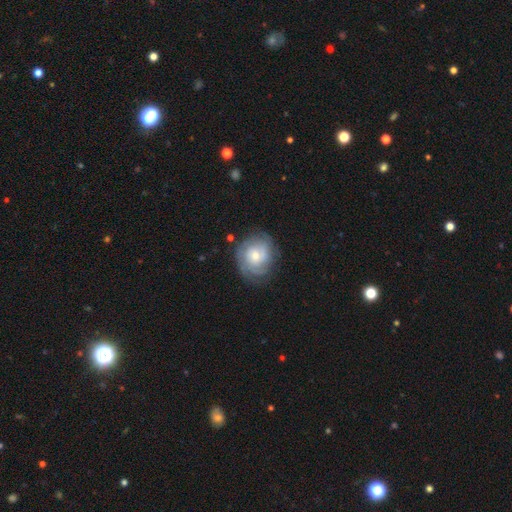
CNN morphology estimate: The model was most divided on "bulge size": small: 47%, moderate: 46%, large: 5%, none: 1%, dominant: 1%. Remaining: edge-on disk — no (97%); spiral arms — yes (87%); bar — no (74%); merging — none (73%); smooth or featured — featured or disk (64%); spiral winding — tight (62%); spiral arm count — can't tell (42%).